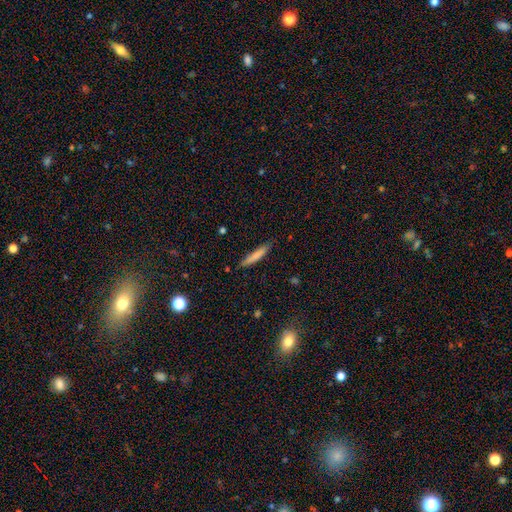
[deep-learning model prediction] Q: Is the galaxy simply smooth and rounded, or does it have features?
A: smooth — 77%.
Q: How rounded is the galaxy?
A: cigar-shaped — 92%.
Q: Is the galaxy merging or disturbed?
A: none — 84%.